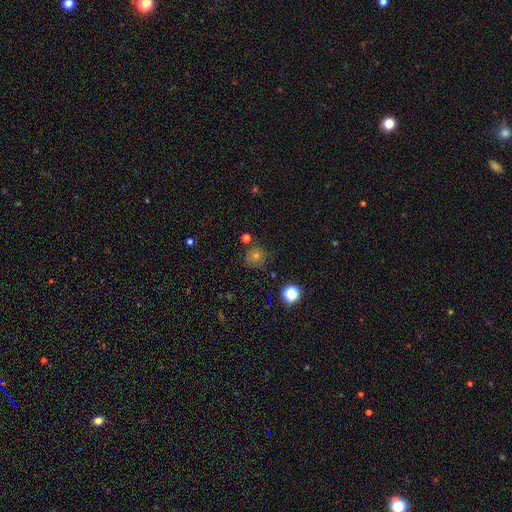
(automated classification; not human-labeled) Smooth or featured? smooth (59%)
How rounded? round (91%)
Merging? none (81%)